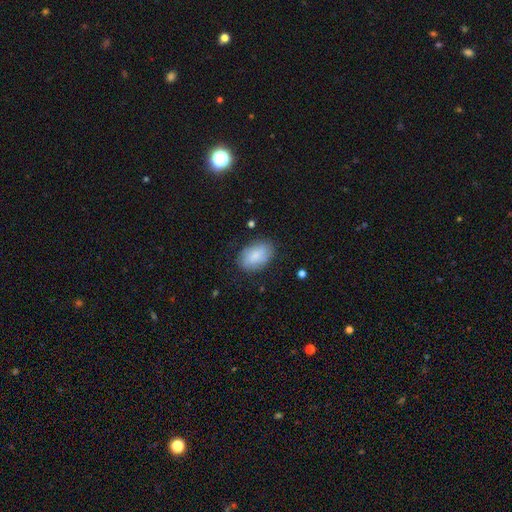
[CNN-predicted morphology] This is likely a smooth galaxy (71%). How rounded: clearly in between (88%). Merging: likely none (78%).